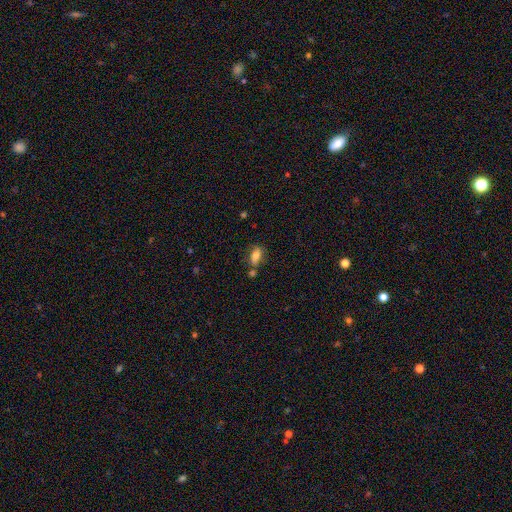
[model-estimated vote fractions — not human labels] Overall: smooth (74%). How rounded: in between (84%). Merging: none (60%).